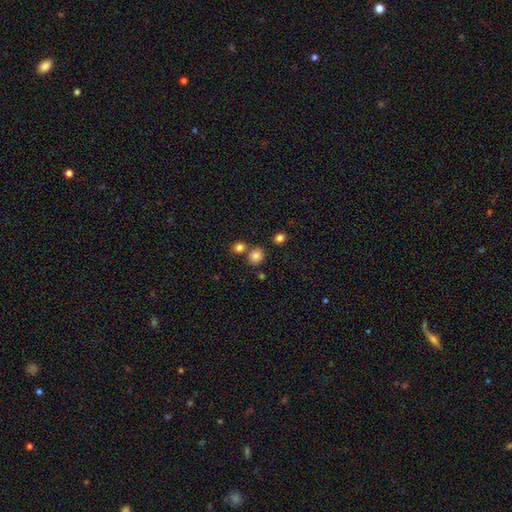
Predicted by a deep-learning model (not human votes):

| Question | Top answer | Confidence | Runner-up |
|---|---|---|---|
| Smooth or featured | smooth | 82% | star or artifact (12%) |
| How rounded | round | 71% | in between (28%) |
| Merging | none | 69% | merger (18%) |